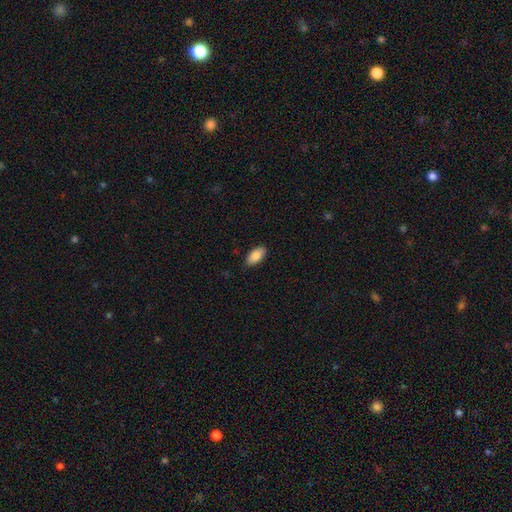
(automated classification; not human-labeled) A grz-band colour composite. It shows a smooth galaxy with no disk features (88%) that is in between round and cigar-shaped (94%). Merging: none (87%).